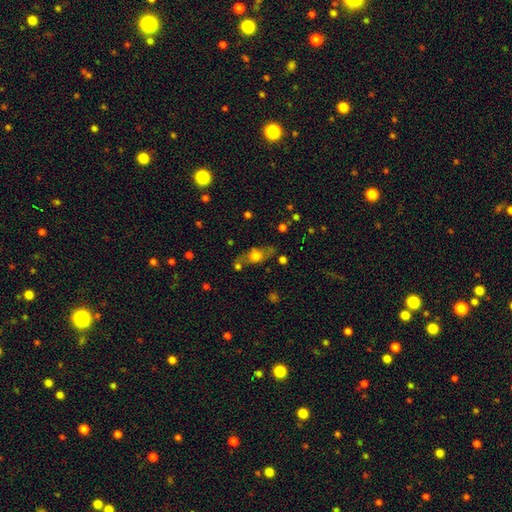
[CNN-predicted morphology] This appears to be a smooth galaxy with no disk features (55%) that is in between round and cigar-shaped (63%). Merging: none (62%).